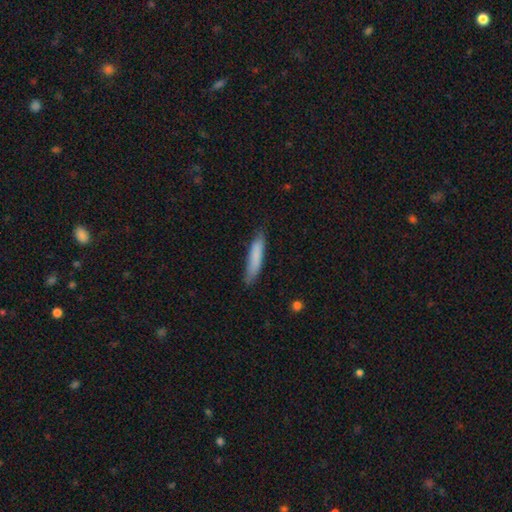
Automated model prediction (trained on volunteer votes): Smooth or featured?
  - smooth: 81% *
  - featured or disk: 13%
  - star or artifact: 6%
How rounded?
  - cigar-shaped: 86% *
  - in between: 12%
  - round: 1%
Merging?
  - none: 78% *
  - minor disturbance: 18%
  - major disturbance: 3%
  - merger: 1%